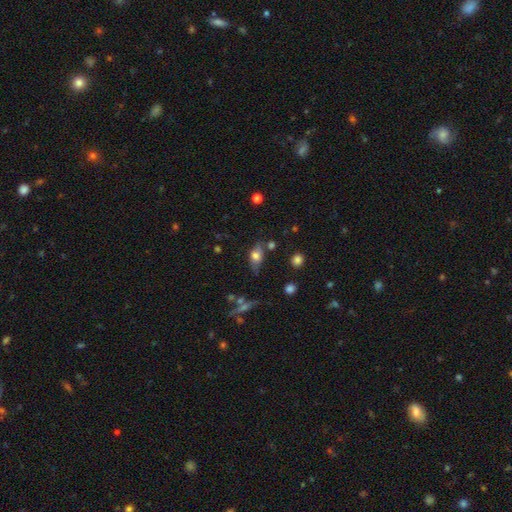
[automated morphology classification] This appears to be a smooth galaxy with no disk features (69%) that is in between round and cigar-shaped (79%). Merging: none (58%).